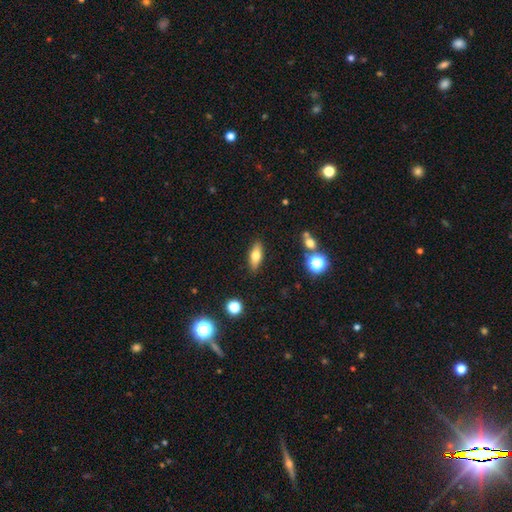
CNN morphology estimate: smooth-or-featured: smooth: 69% | featured or disk: 23% | star or artifact: 9%
  how-rounded: in between: 68% | cigar-shaped: 28% | round: 4%
  merging: none: 87% | minor disturbance: 9% | major disturbance: 2% | merger: 2%